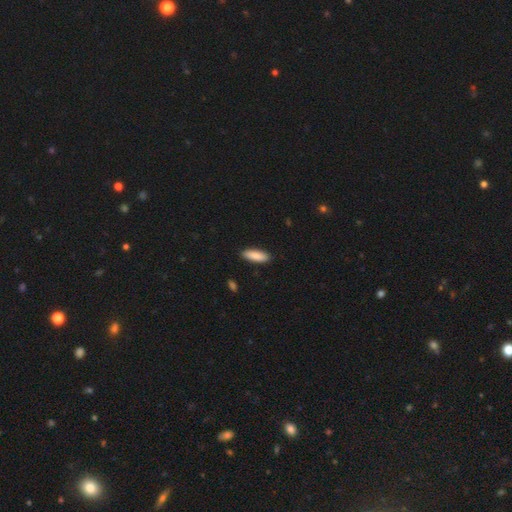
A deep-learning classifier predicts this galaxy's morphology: A smooth galaxy with no disk features (88%) that is in between round and cigar-shaped (61%). Merging: none (89%).